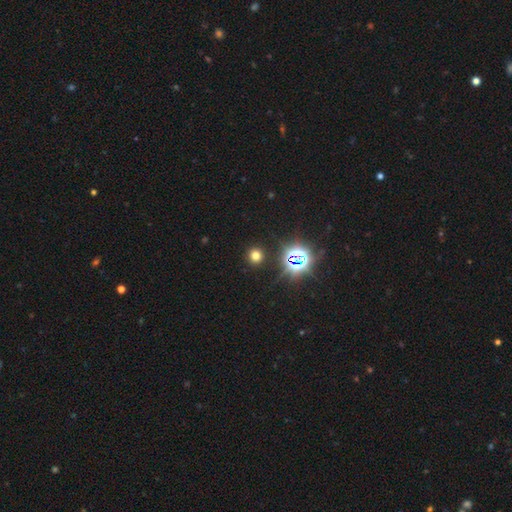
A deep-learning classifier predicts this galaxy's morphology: A smooth galaxy with no disk features (66%) that is round (92%).

Vote fractions:
- Smooth or featured? smooth: 66% / star or artifact: 27% / featured or disk: 7%
- How rounded? round: 92% / in between: 7% / cigar-shaped: 1%
- Merging? none: 90% / minor disturbance: 5% / major disturbance: 3% / merger: 2%